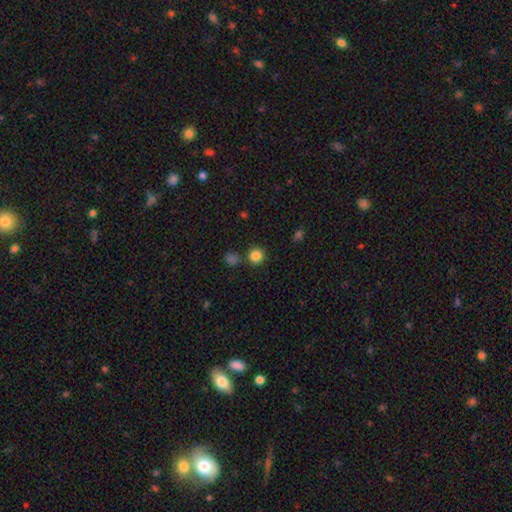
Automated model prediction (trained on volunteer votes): Morphology: type=smooth (84%); roundness=round (93%); merging=none (81%).